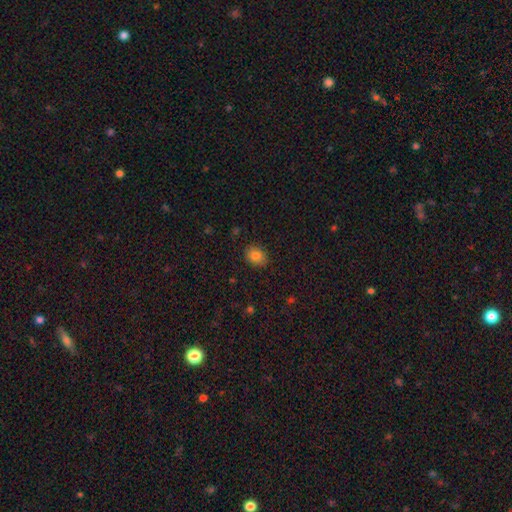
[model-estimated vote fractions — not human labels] The model was most divided on "how rounded": in between: 53%, round: 46%, cigar-shaped: 1%. More confident: merging — none (86%); smooth or featured — smooth (82%).